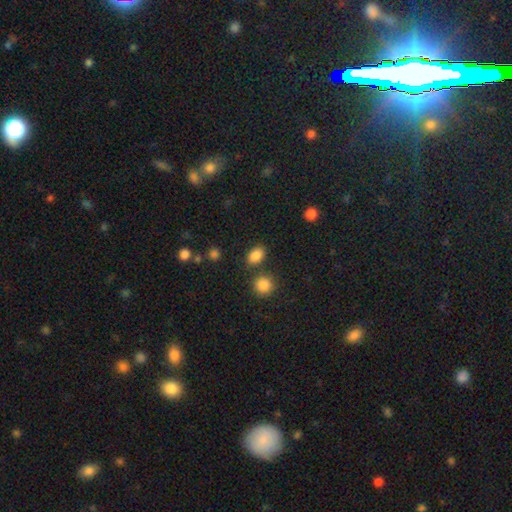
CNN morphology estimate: This appears to be a smooth galaxy with no disk features (86%) that is in between round and cigar-shaped (80%). Merging: none (78%).